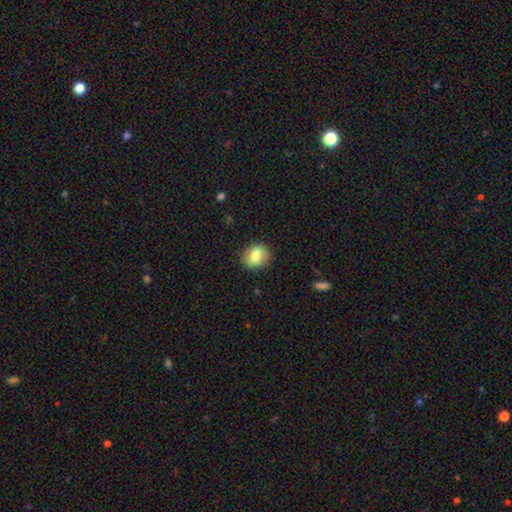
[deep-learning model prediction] smooth-or-featured: smooth: 81% | featured or disk: 11% | star or artifact: 8%
  how-rounded: round: 71% | in between: 28% | cigar-shaped: 1%
  merging: none: 88% | minor disturbance: 8% | major disturbance: 2% | merger: 1%